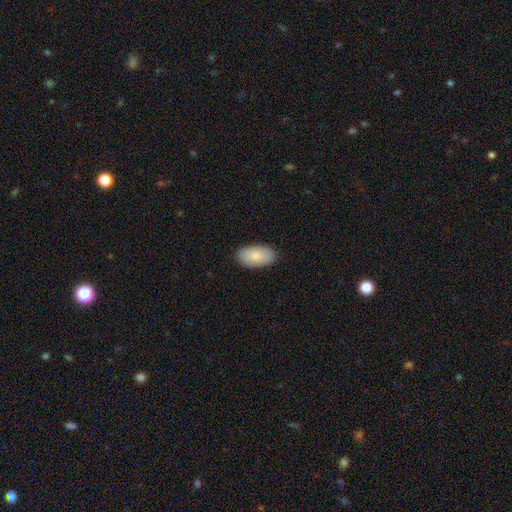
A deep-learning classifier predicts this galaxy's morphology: Q: Smooth or featured?
A: smooth (86%); runner-up: featured or disk (9%)
Q: How rounded?
A: in between (95%); runner-up: round (3%)
Q: Merging?
A: none (88%); runner-up: minor disturbance (10%)